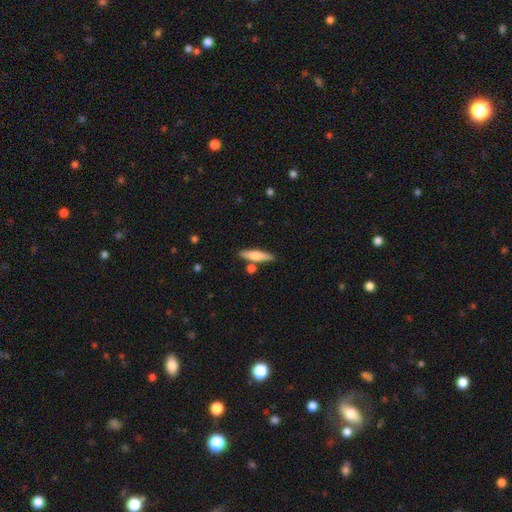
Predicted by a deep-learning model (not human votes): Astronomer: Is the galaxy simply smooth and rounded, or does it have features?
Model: smooth — 67%.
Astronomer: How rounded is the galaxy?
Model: cigar-shaped — 79%.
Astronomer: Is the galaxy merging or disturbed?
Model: none — 79%.